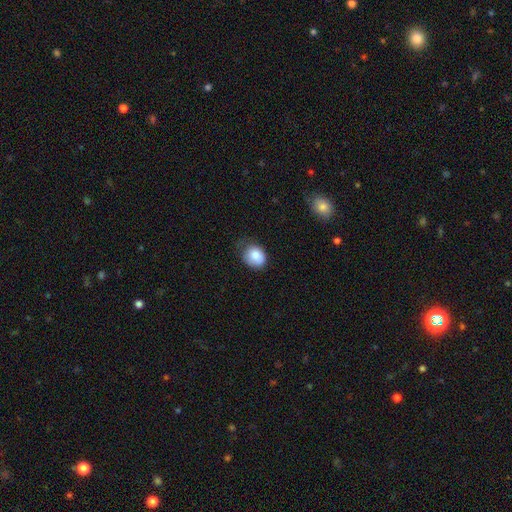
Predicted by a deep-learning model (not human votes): Smooth or featured? smooth (84%)
How rounded? round (59%)
Merging? none (52%)